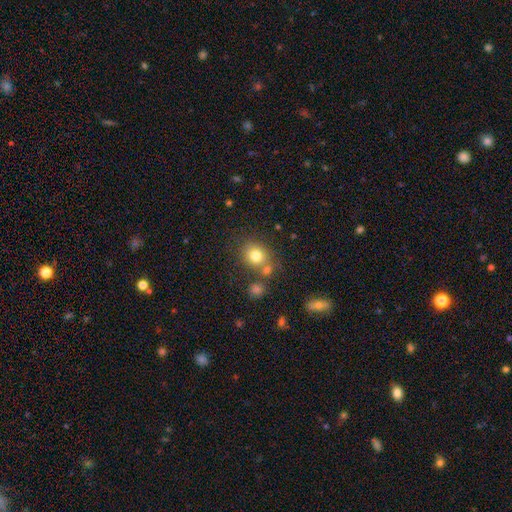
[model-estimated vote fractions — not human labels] Q: Smooth or featured?
A: smooth (78%); runner-up: star or artifact (13%)
Q: How rounded?
A: round (72%); runner-up: in between (27%)
Q: Merging?
A: none (68%); runner-up: merger (16%)